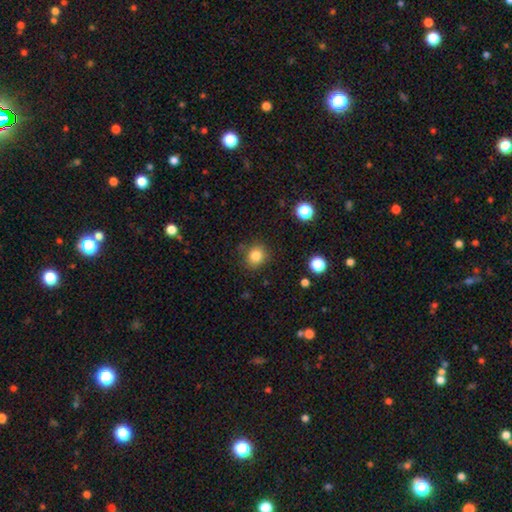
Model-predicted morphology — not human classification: This appears to be a smooth galaxy with no disk features (83%) that is round (83%). Merging: none (84%).